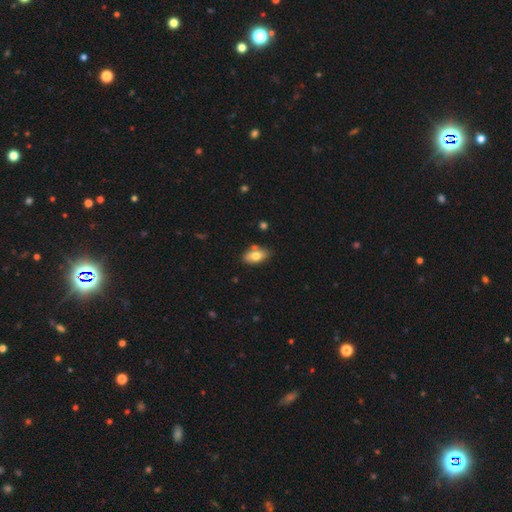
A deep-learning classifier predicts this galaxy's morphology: Q: Smooth or featured?
A: smooth (75%); runner-up: featured or disk (17%)
Q: How rounded?
A: in between (90%); runner-up: round (5%)
Q: Merging?
A: none (72%); runner-up: minor disturbance (16%)